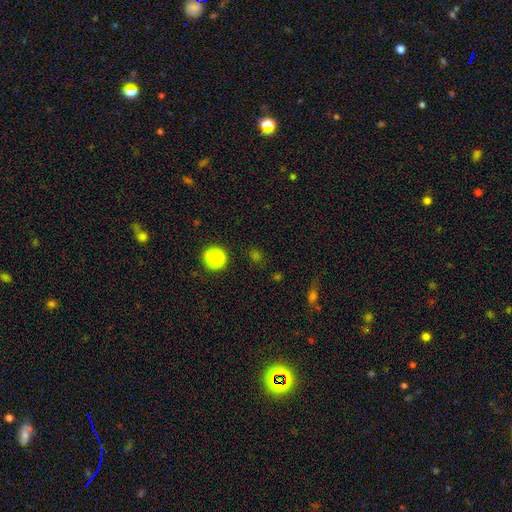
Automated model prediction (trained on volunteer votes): smooth_or_featured: star or artifact (p=0.48) [alt: smooth p=0.46]